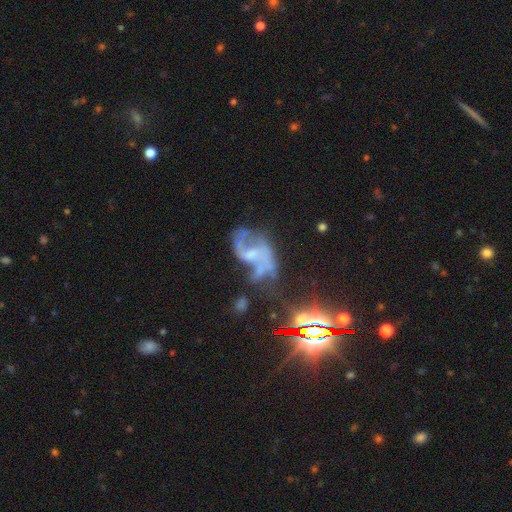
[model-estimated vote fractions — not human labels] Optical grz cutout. It shows a featured or disk galaxy (71%) with no bar (53%), 2 (70%) loose (57%) spiral arms (76%) and no central bulge (40%). Merging: major disturbance (32%).